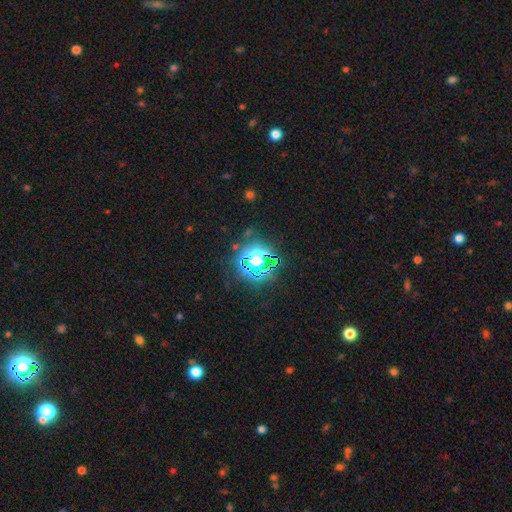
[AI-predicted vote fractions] Smooth or featured? star or artifact (70%)